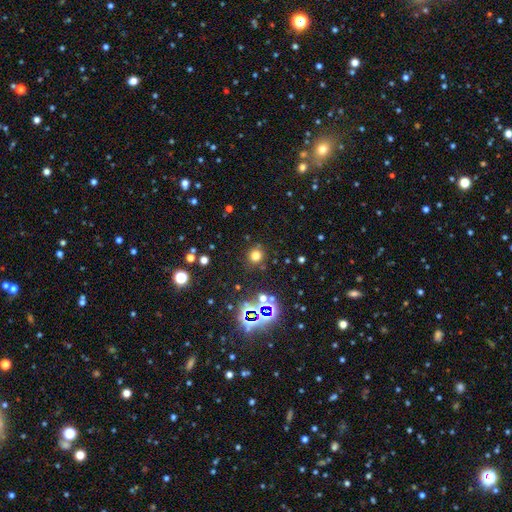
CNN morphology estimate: smooth 66%, star or artifact 27%, featured or disk 7%. Down the decision tree: how rounded — round (90%); merging — none (86%).